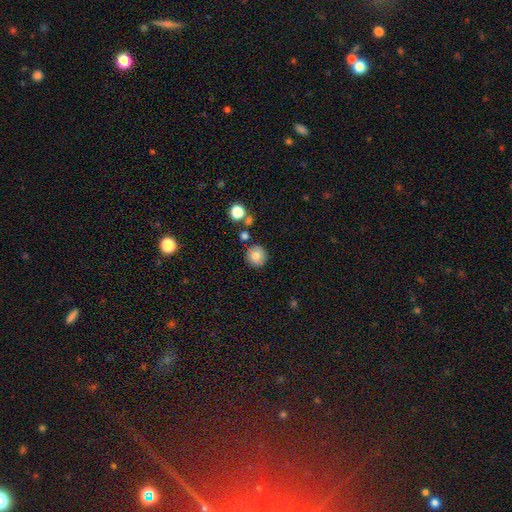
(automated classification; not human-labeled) A smooth galaxy with no disk features (80%) that is round (93%). Merging: none (83%).